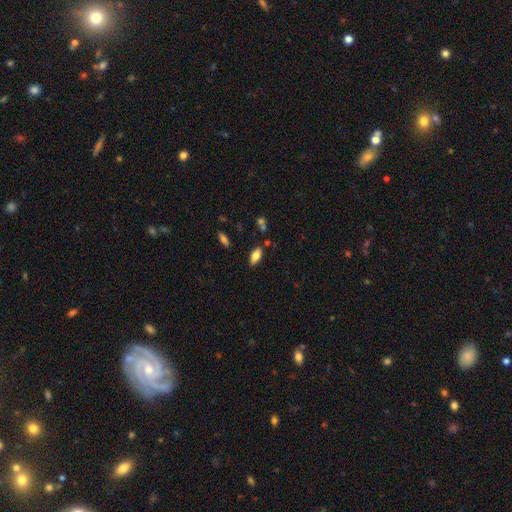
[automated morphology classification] smooth-or-featured: smooth: 77% | featured or disk: 14% | star or artifact: 8%
  how-rounded: in between: 88% | cigar-shaped: 10% | round: 3%
  merging: none: 82% | minor disturbance: 12% | merger: 3% | major disturbance: 3%